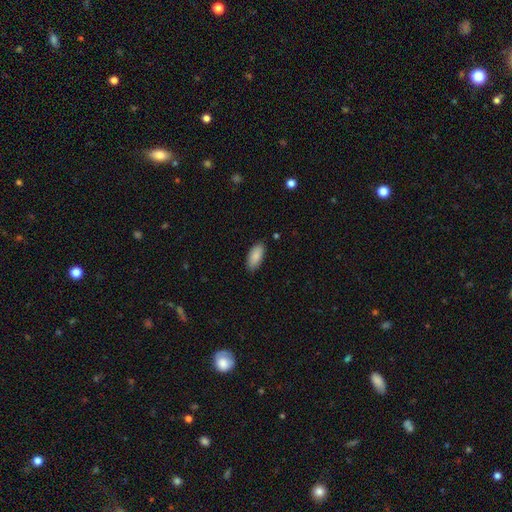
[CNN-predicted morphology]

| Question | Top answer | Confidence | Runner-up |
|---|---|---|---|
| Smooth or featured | smooth | 89% | star or artifact (6%) |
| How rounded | in between | 90% | cigar-shaped (9%) |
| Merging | none | 87% | minor disturbance (10%) |